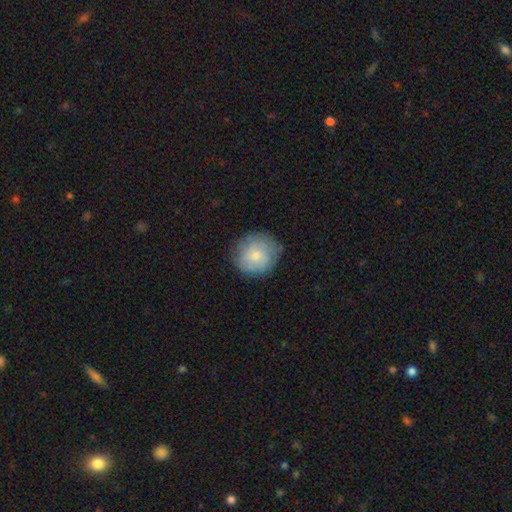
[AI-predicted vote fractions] This appears to be a smooth galaxy with no disk features (65%) that is round (85%). Merging: none (74%).